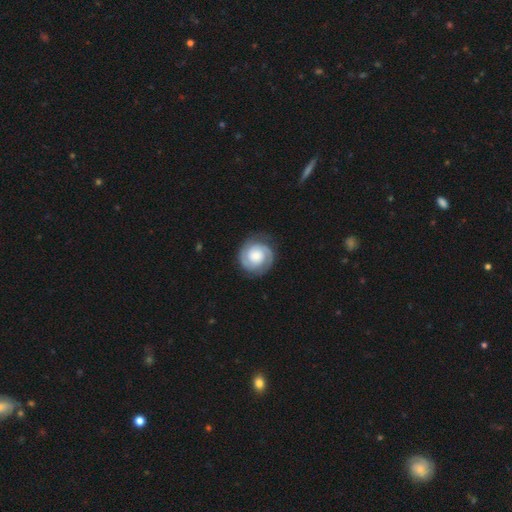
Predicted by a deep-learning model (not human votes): Smooth or featured?
  - featured or disk: 78% *
  - smooth: 17%
  - star or artifact: 5%
Edge-on disk?
  - no: 98% *
  - yes: 2%
Bar?
  - no: 71% *
  - weak: 23%
  - strong: 5%
Spiral arms?
  - yes: 96% *
  - no: 4%
Spiral winding?
  - tight: 67% *
  - medium: 27%
  - loose: 6%
Spiral arm count?
  - 2: 87% *
  - can't tell: 5%
  - 1: 4%
  - 3: 2%
  - 4: 1%
  - more than 4: 1%
Bulge size?
  - large: 39% *
  - moderate: 32%
  - small: 15%
  - none: 8%
  - dominant: 6%
Merging?
  - none: 83% *
  - minor disturbance: 12%
  - major disturbance: 4%
  - merger: 1%